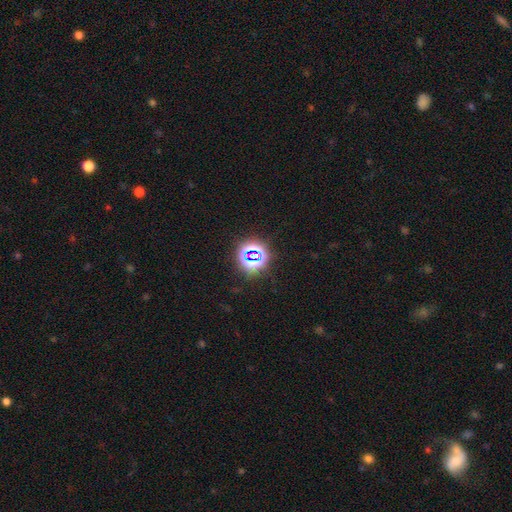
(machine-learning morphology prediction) type=star or artifact (72%).